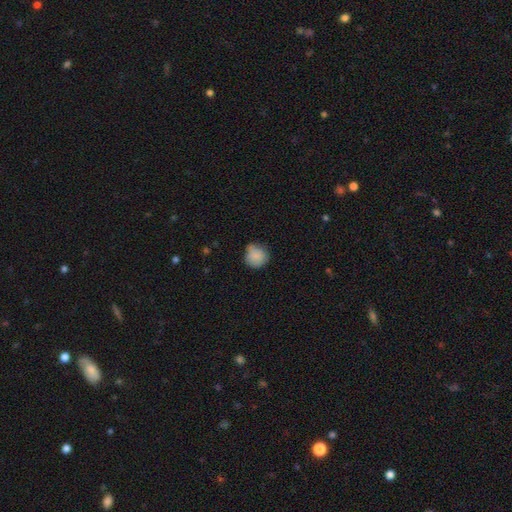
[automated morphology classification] This appears to be a smooth galaxy with no disk features (84%) that is round (86%). Merging: none (59%).